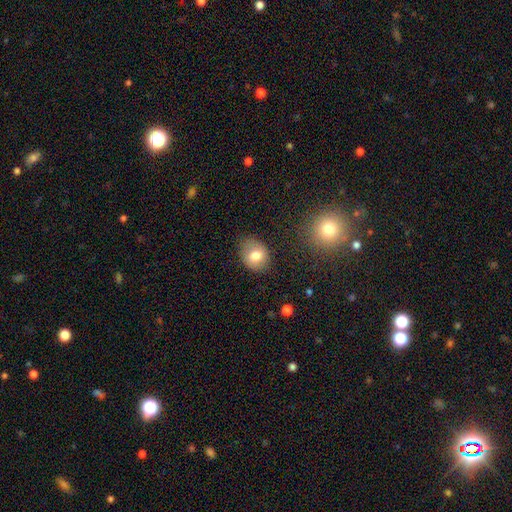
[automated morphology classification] Smooth or featured: smooth — 76% (featured or disk — 15%)
How rounded: in between — 50% (round — 49%)
Merging: none — 74% (minor disturbance — 19%)